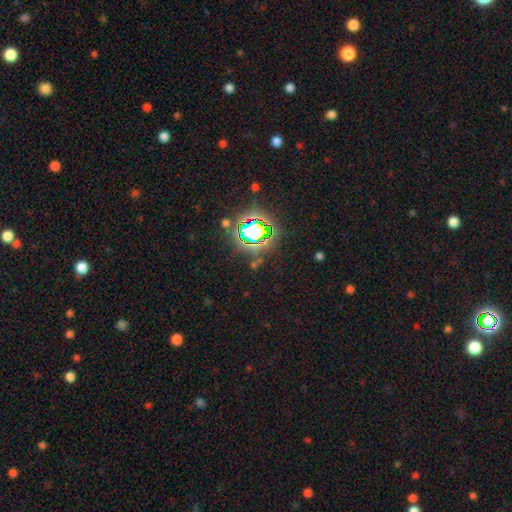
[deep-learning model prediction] Overall: star or artifact (77%).